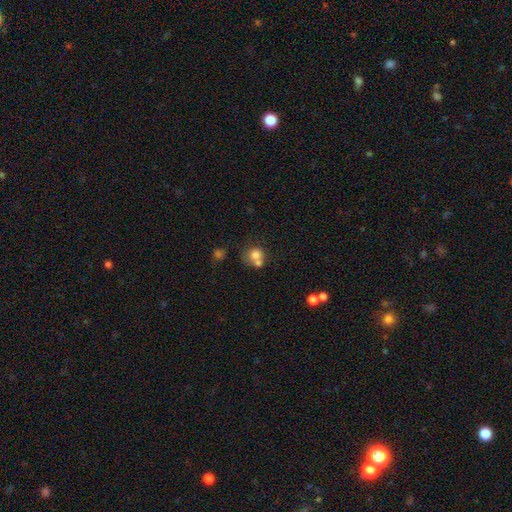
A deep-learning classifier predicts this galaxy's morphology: smooth 73%, featured or disk 15%, star or artifact 12%. Down the decision tree: how rounded — round (80%); merging — merger (47%).